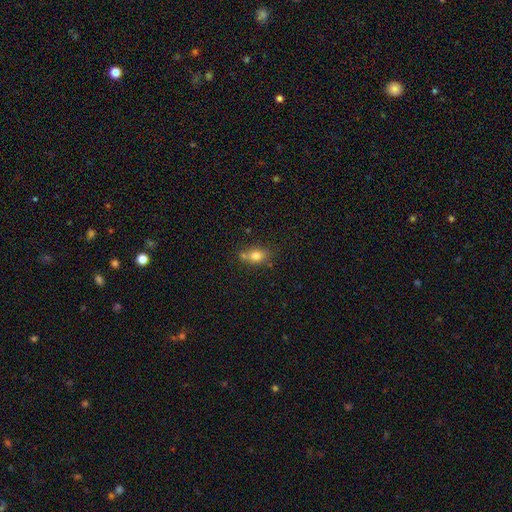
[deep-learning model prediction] A smooth galaxy with no disk features (78%) that is in between round and cigar-shaped (65%). Merging: none (54%).